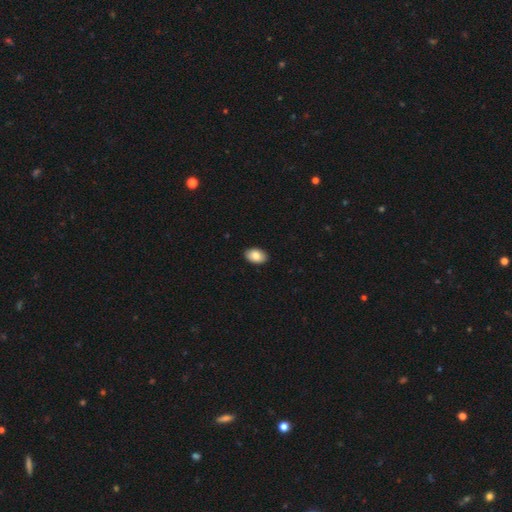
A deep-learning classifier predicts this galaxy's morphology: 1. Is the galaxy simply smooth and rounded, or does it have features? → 85% smooth, 8% featured or disk, 7% star or artifact.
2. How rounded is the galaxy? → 90% in between, 9% round, 1% cigar-shaped.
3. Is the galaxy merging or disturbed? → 91% none, 7% minor disturbance, 1% major disturbance, 1% merger.